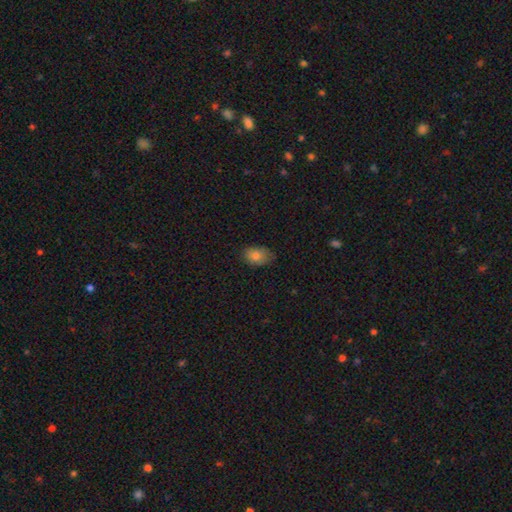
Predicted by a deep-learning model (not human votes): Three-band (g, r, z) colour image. It shows a smooth galaxy with no disk features (82%) that is in between round and cigar-shaped (83%). Merging: none (74%).